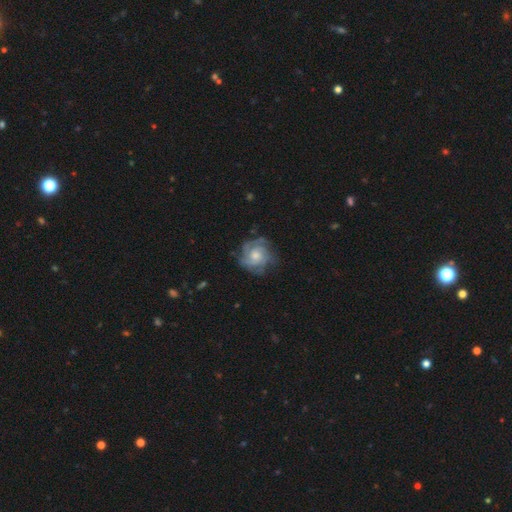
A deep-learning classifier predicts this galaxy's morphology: A featured or disk galaxy (76%) with no bar (77%), tight (59%) spiral arms (93%) and a moderate central bulge (57%).

Vote fractions:
- Smooth or featured? featured or disk: 76% / smooth: 17% / star or artifact: 7%
- Edge-on disk? no: 98% / yes: 2%
- Bar? no: 77% / weak: 20% / strong: 3%
- Spiral arms? yes: 93% / no: 7%
- Spiral winding? tight: 59% / medium: 32% / loose: 9%
- Spiral arm count? can't tell: 32% / 3: 23% / 4: 22% / 2: 10% / more than 4: 7% / 1: 6%
- Bulge size? moderate: 57% / small: 28% / large: 10% / none: 4% / dominant: 1%
- Merging? none: 72% / minor disturbance: 18% / major disturbance: 9% / merger: 1%